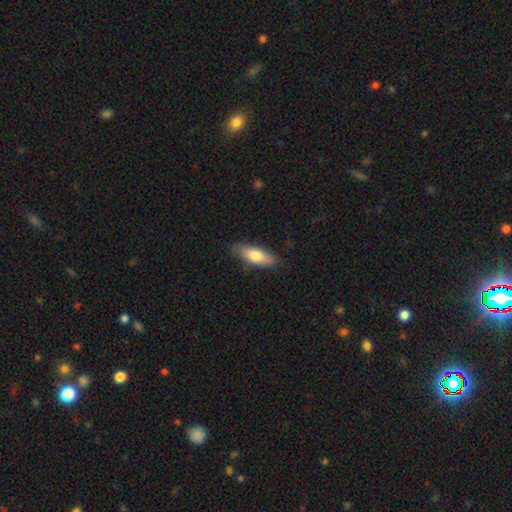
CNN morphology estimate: Smooth or featured? Predicted: smooth (p=0.77). How rounded? Predicted: in between (p=0.65). Merging? Predicted: none (p=0.82).